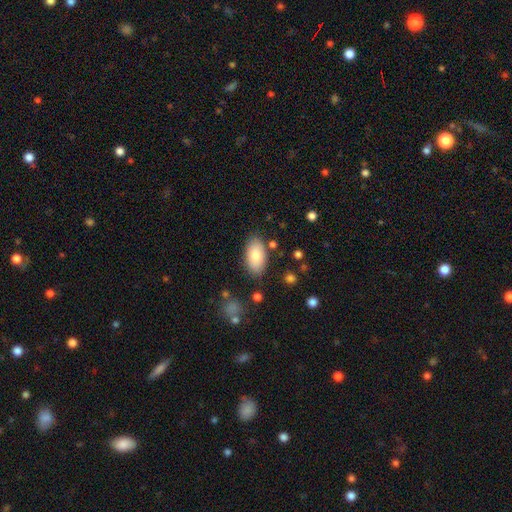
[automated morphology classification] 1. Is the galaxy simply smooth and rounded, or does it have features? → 80% smooth, 13% featured or disk, 7% star or artifact.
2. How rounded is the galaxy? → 94% in between, 4% round, 2% cigar-shaped.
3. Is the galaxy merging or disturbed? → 81% none, 13% minor disturbance, 3% major disturbance, 3% merger.